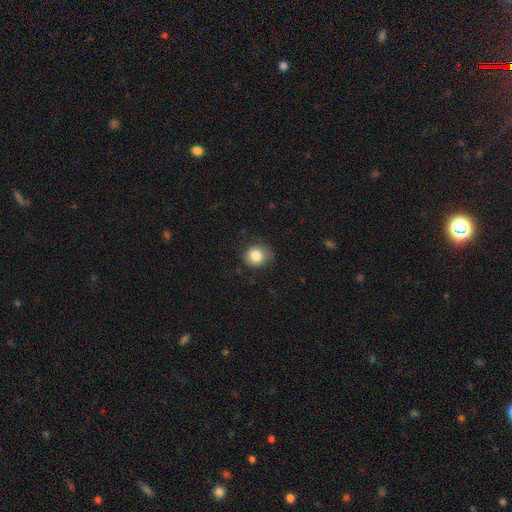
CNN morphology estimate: This is clearly a smooth galaxy (84%). How rounded: likely round (79%). Merging: likely none (75%).